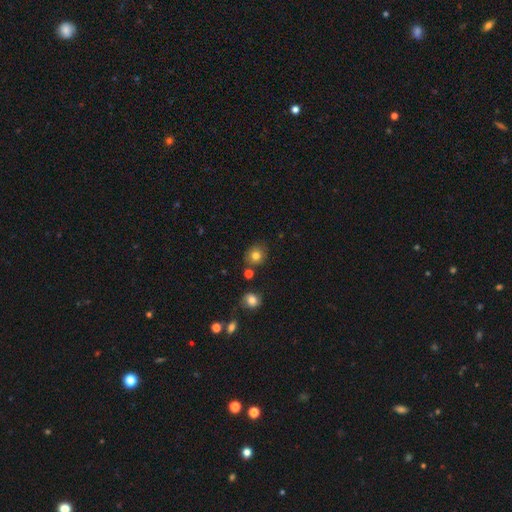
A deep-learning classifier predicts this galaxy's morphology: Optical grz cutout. It shows a smooth galaxy with no disk features (79%) that is round (80%). Merging: none (80%).